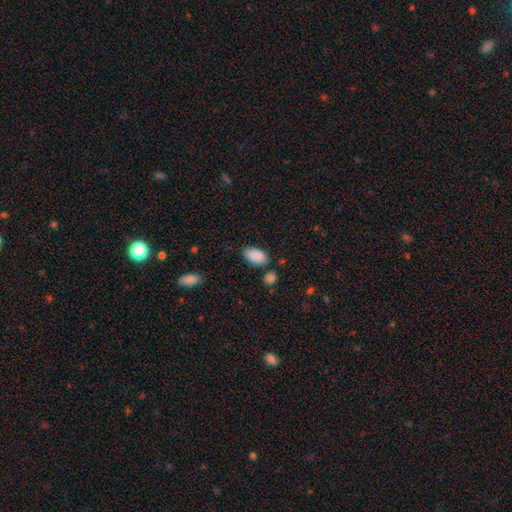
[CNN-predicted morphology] The model was most divided on "merging": none: 75%, minor disturbance: 16%, merger: 5%, major disturbance: 4%. More confident: how rounded — in between (94%); smooth or featured — smooth (89%).